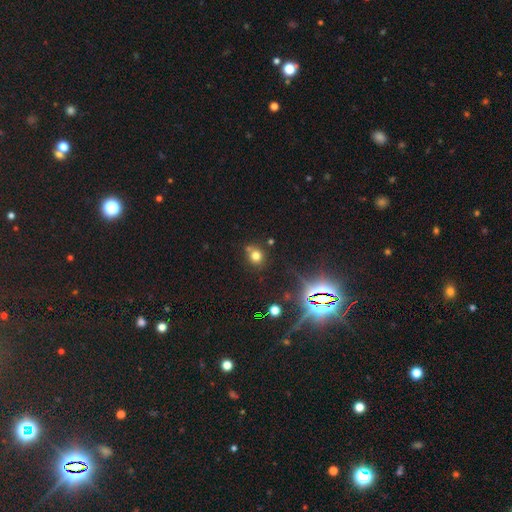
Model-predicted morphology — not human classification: Smooth or featured? Predicted: smooth (p=0.71). How rounded? Predicted: round (p=0.80). Merging? Predicted: none (p=0.67).